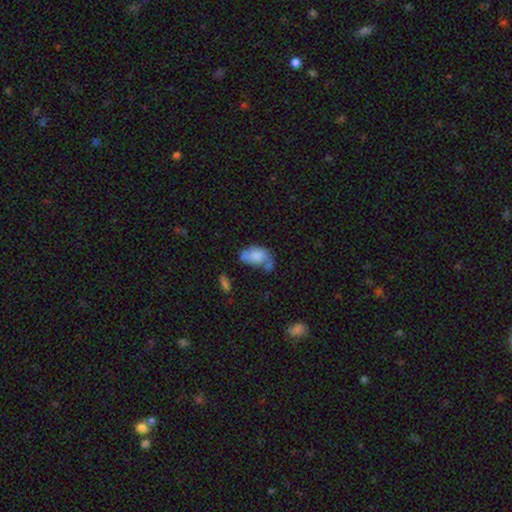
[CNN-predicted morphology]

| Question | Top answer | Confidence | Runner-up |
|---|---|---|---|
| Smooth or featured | smooth | 60% | featured or disk (32%) |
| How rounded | in between | 89% | round (9%) |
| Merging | none | 35% | minor disturbance (28%) |